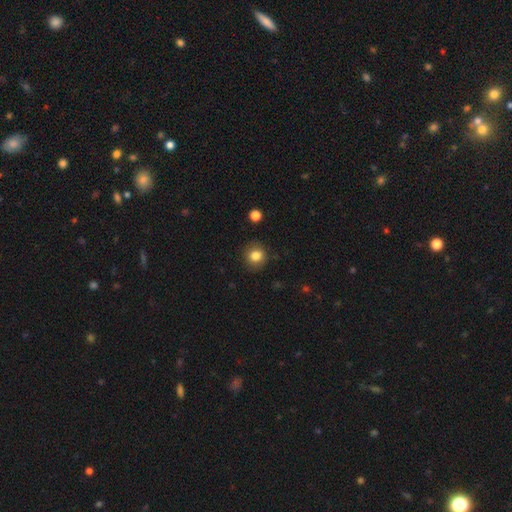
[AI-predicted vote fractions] Smooth or featured: smooth — 82% (star or artifact — 11%)
How rounded: round — 86% (in between — 13%)
Merging: none — 88% (minor disturbance — 8%)